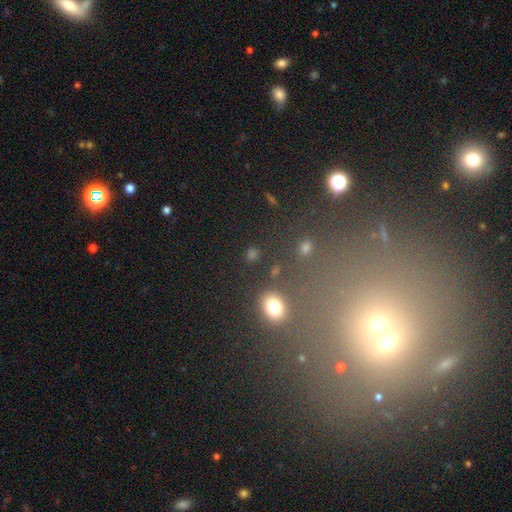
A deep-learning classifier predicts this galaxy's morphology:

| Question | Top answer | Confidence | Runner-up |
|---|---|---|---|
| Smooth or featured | smooth | 59% | star or artifact (31%) |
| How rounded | round | 54% | in between (43%) |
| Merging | none | 81% | minor disturbance (9%) |